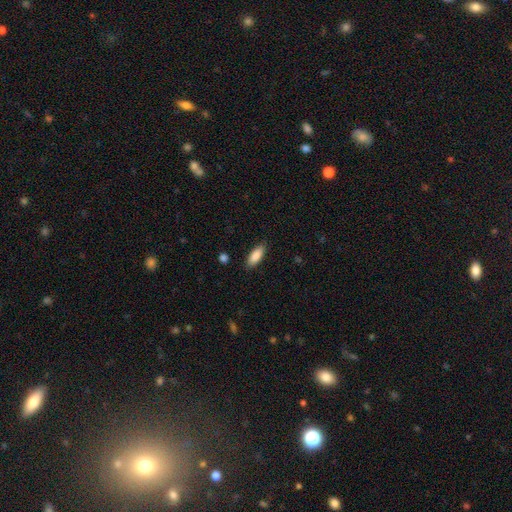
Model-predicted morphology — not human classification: Smooth or featured? smooth (88%)
How rounded? in between (73%)
Merging? none (87%)